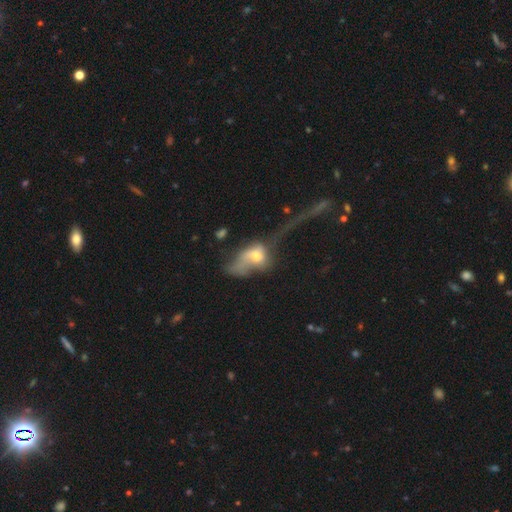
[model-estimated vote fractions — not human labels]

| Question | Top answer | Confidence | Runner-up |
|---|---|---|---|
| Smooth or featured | smooth | 53% | featured or disk (37%) |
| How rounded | in between | 71% | round (25%) |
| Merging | major disturbance | 62% | merger (15%) |